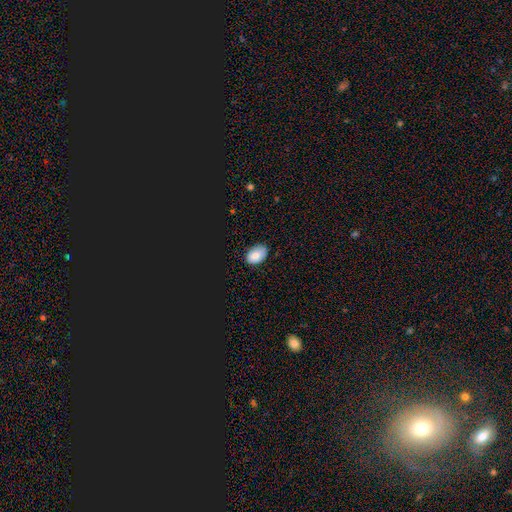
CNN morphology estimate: smooth_or_featured: smooth (p=0.79) [alt: star or artifact p=0.12]
how_rounded: in between (p=0.81) [alt: round p=0.18]
merging: none (p=0.79) [alt: minor disturbance p=0.17]